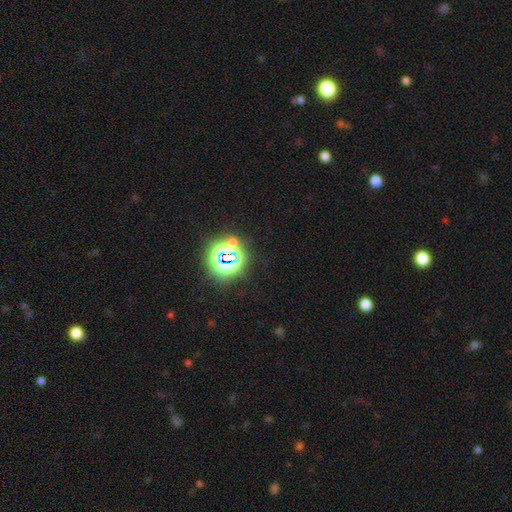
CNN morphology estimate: star or artifact 82%, smooth 12%, featured or disk 6%.